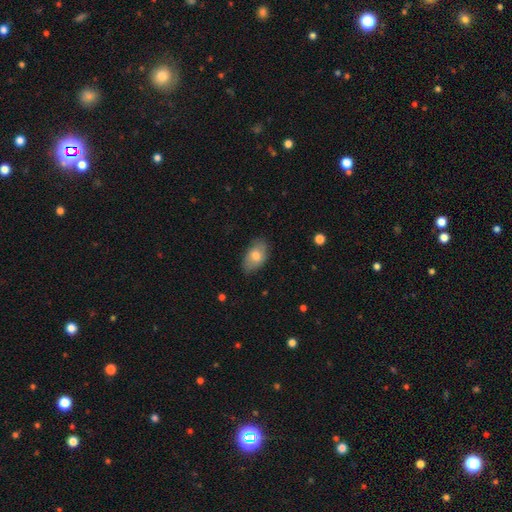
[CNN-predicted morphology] type=smooth (75%); roundness=in between (92%); merging=none (79%).